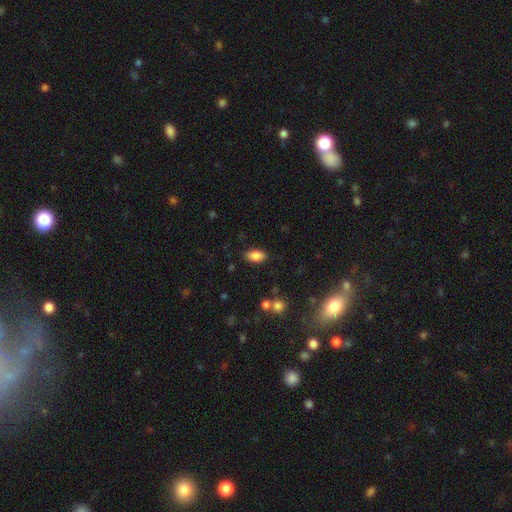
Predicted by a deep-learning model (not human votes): smooth_or_featured: smooth (p=0.86) [alt: star or artifact p=0.08]
how_rounded: in between (p=0.92) [alt: round p=0.04]
merging: none (p=0.86) [alt: minor disturbance p=0.10]